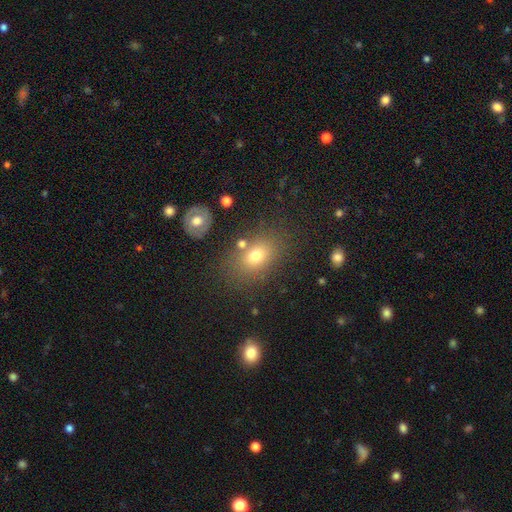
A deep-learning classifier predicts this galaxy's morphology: Q: Smooth or featured?
A: smooth (71%); runner-up: star or artifact (15%)
Q: How rounded?
A: in between (70%); runner-up: round (29%)
Q: Merging?
A: none (73%); runner-up: minor disturbance (14%)